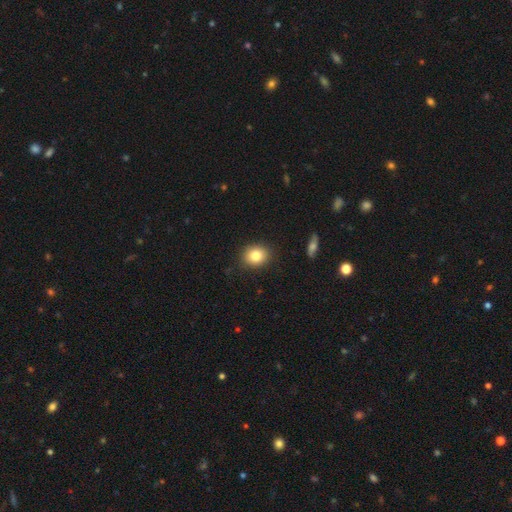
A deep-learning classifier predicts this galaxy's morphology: smooth 83%, star or artifact 10%, featured or disk 8%. Down the decision tree: how rounded — round (64%); merging — none (88%).